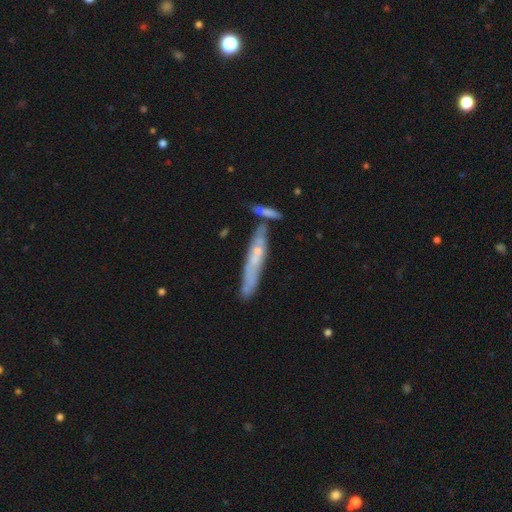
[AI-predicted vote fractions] Smooth or featured: featured or disk — 55% (smooth — 38%)
Edge-on disk: yes — 67% (no — 33%)
Merging: none — 58% (merger — 19%)